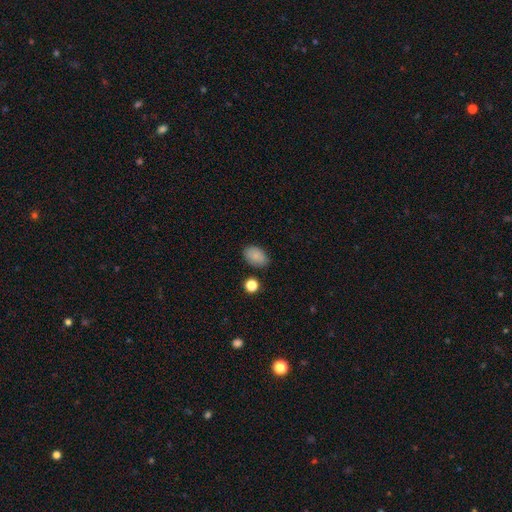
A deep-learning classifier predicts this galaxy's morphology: smooth_or_featured: smooth (p=0.86) [alt: star or artifact p=0.09]
how_rounded: in between (p=0.87) [alt: round p=0.12]
merging: none (p=0.82) [alt: minor disturbance p=0.12]